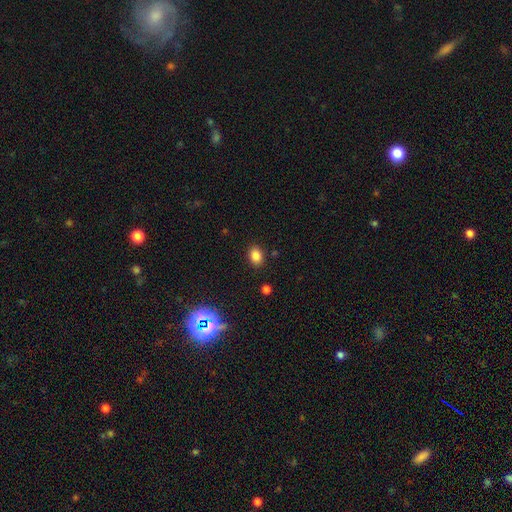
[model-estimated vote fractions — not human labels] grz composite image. It shows a smooth galaxy with no disk features (82%) that is in between round and cigar-shaped (68%). Merging: none (87%).